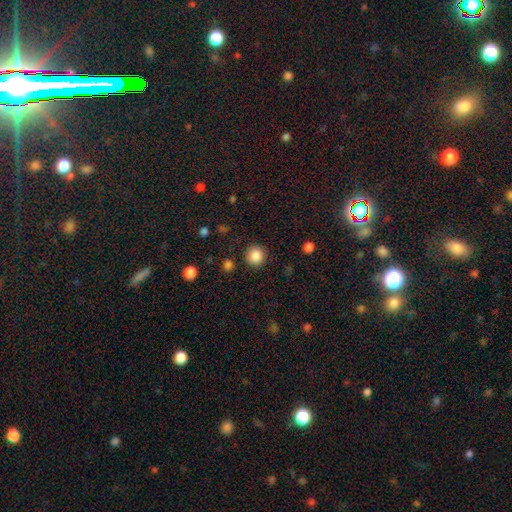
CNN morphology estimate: type=smooth (86%); roundness=round (92%); merging=none (90%).